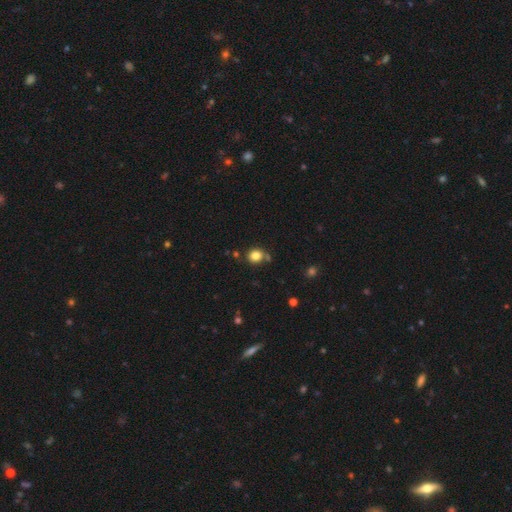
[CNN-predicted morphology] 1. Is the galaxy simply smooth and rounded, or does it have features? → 82% smooth, 12% star or artifact, 6% featured or disk.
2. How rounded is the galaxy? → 78% round, 21% in between, 1% cigar-shaped.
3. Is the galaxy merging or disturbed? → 74% none, 13% minor disturbance, 9% merger, 4% major disturbance.